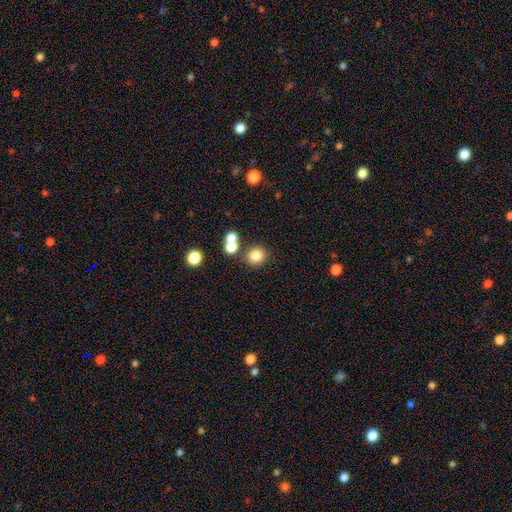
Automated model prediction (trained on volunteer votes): This is clearly a smooth galaxy (80%). How rounded: clearly round (90%). Merging: likely none (75%).